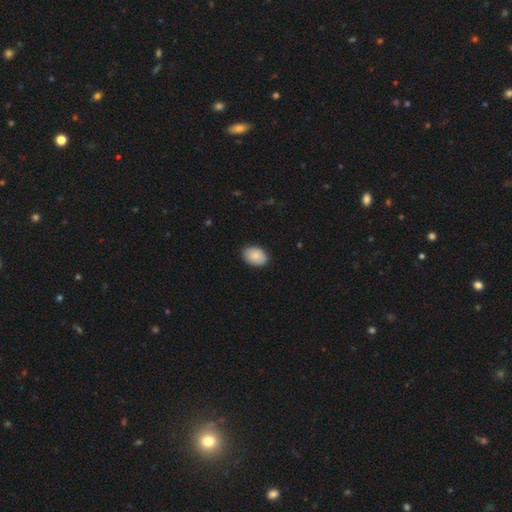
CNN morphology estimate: A smooth galaxy with no disk features (87%) that is in between round and cigar-shaped (83%).

Vote fractions:
- Smooth or featured? smooth: 87% / featured or disk: 7% / star or artifact: 6%
- How rounded? in between: 83% / round: 16% / cigar-shaped: 1%
- Merging? none: 85% / minor disturbance: 12% / major disturbance: 2% / merger: 1%